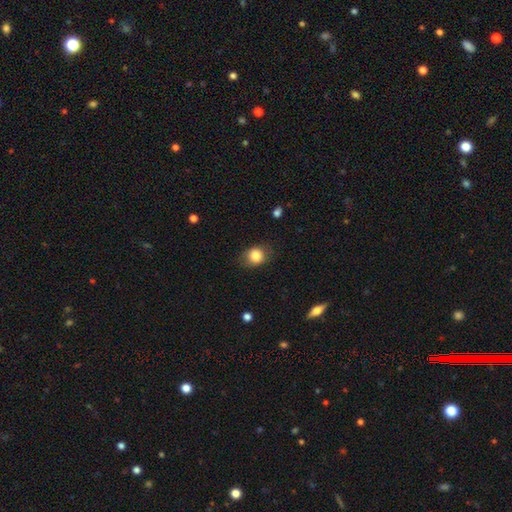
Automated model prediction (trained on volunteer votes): Smooth or featured? smooth (83%)
How rounded? round (55%)
Merging? none (74%)